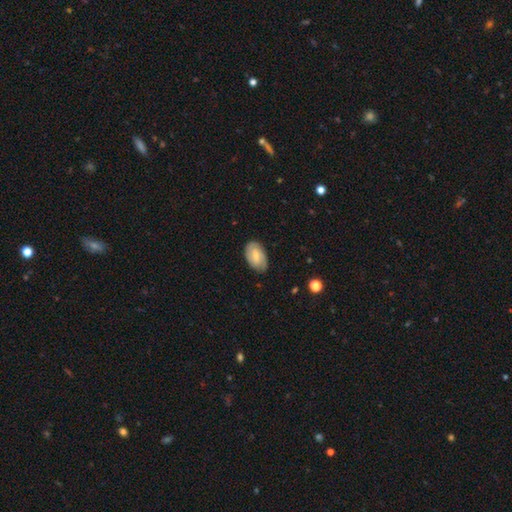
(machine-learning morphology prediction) A featured or disk galaxy (47%).

Vote fractions:
- Smooth or featured? featured or disk: 47% / smooth: 46% / star or artifact: 7%
- Merging? none: 78% / minor disturbance: 18% / major disturbance: 3% / merger: 1%